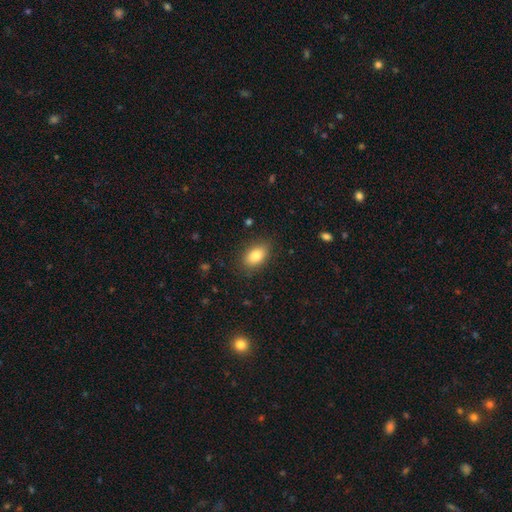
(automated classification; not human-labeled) Morphology: type=smooth (83%); roundness=in between (87%); merging=none (85%).